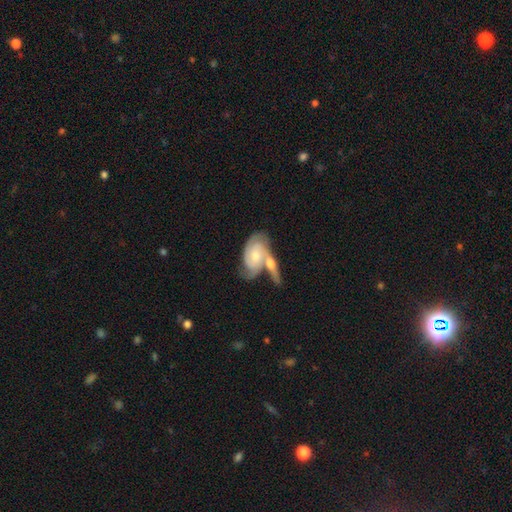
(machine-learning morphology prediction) smooth-or-featured: featured or disk: 68% | smooth: 26% | star or artifact: 5%
  disk-edge-on: no: 93% | yes: 7%
    bar: no: 67% | weak: 28% | strong: 5%
    has-spiral-arms: yes: 91% | no: 9%
      spiral-winding: tight: 51% | medium: 37% | loose: 12%
      spiral-arm-count: 2: 47% | can't tell: 26% | 3: 16% | 1: 4% | 4: 4% | more than 4: 3%
    bulge-size: moderate: 53% | small: 38% | large: 5% | none: 3% | dominant: 1%
  merging: merger: 55% | none: 26% | minor disturbance: 12% | major disturbance: 7%